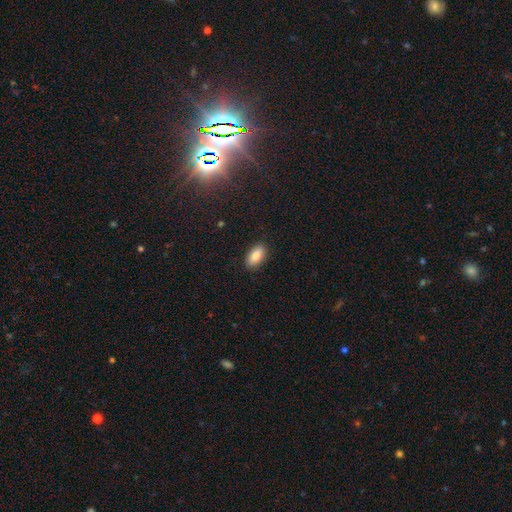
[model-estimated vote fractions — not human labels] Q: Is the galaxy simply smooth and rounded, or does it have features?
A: smooth — 85%.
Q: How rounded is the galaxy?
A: in between — 92%.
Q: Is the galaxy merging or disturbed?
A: none — 89%.